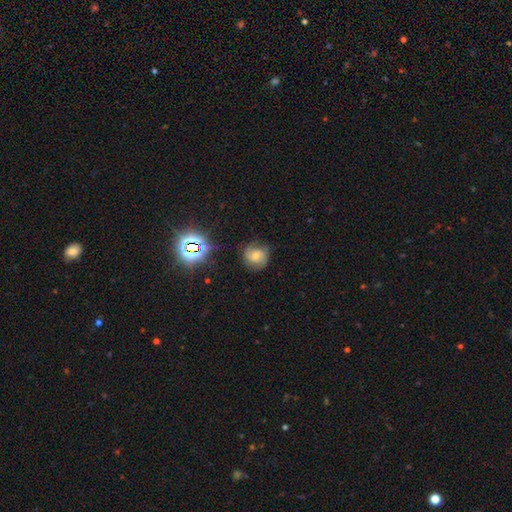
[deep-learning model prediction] Smooth or featured? Predicted: featured or disk (p=0.45). Merging? Predicted: none (p=0.68).